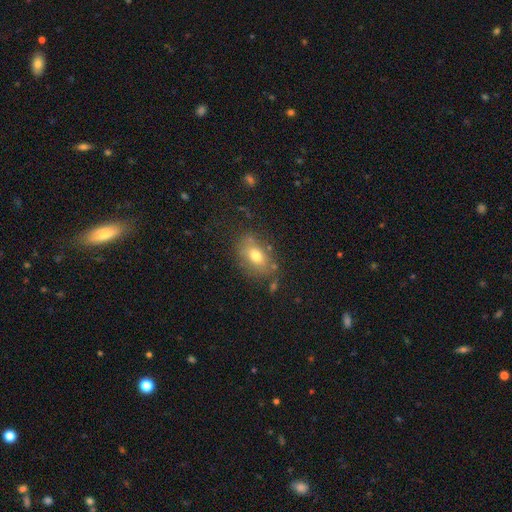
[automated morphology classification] Smooth or featured?
  - smooth: 72% *
  - featured or disk: 17%
  - star or artifact: 11%
How rounded?
  - in between: 80% *
  - round: 18%
  - cigar-shaped: 2%
Merging?
  - none: 70% *
  - minor disturbance: 18%
  - major disturbance: 6%
  - merger: 5%